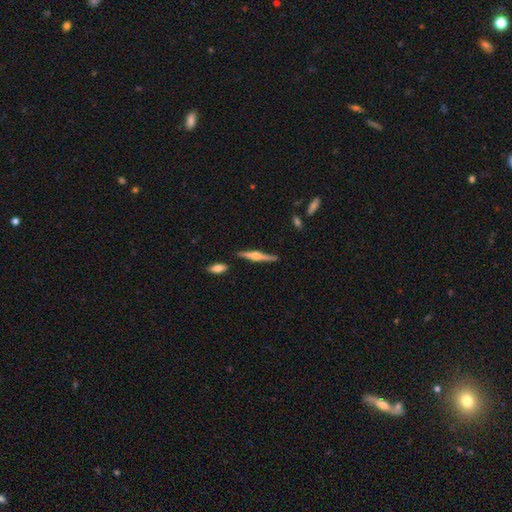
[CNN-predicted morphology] Smooth or featured? Predicted: featured or disk (p=0.75). Edge-on disk? Predicted: yes (p=0.98). Edge-on bulge? Predicted: rounded (p=0.87). Merging? Predicted: none (p=0.86).